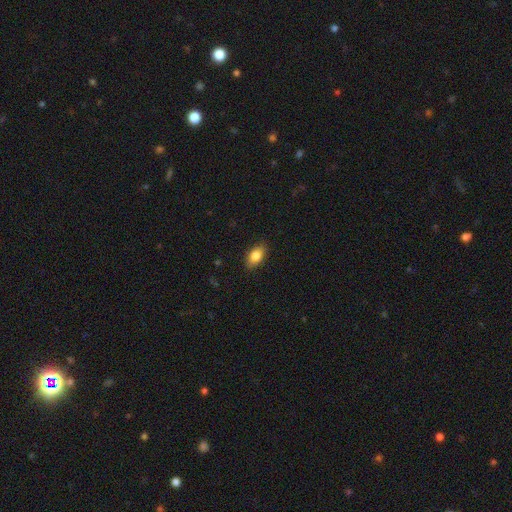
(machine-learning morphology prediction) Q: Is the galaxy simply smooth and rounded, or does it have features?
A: smooth — 84%.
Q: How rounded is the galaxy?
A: in between — 88%.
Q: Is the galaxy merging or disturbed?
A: none — 86%.